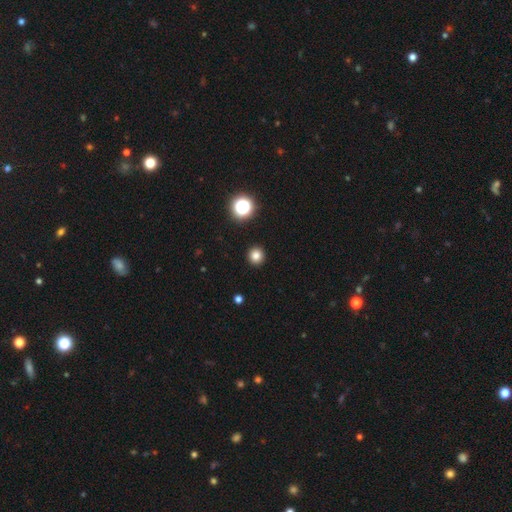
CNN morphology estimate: This is clearly a smooth galaxy (81%). How rounded: clearly round (93%). Merging: clearly none (93%).